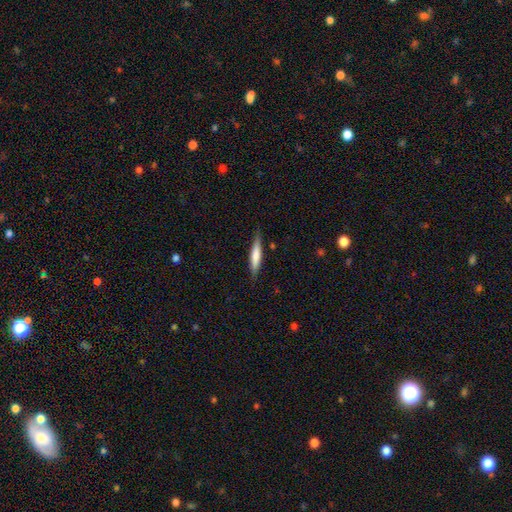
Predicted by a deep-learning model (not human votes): smooth-or-featured: smooth: 65% | featured or disk: 30% | star or artifact: 6%
  how-rounded: cigar-shaped: 87% | in between: 11% | round: 1%
  merging: none: 84% | minor disturbance: 13% | major disturbance: 2% | merger: 1%